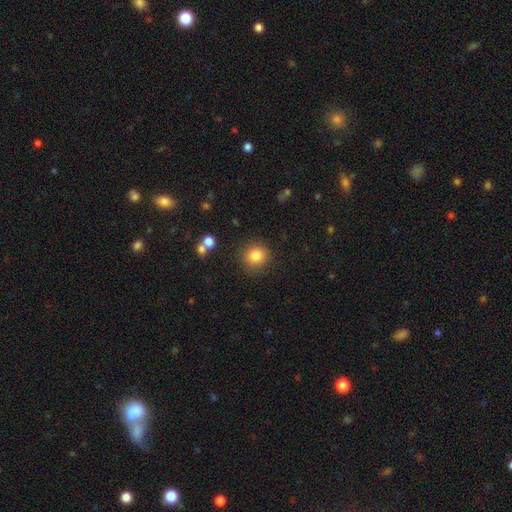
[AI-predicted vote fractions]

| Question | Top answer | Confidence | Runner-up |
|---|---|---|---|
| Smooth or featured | smooth | 83% | star or artifact (11%) |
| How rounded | round | 88% | in between (11%) |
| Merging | none | 86% | minor disturbance (8%) |